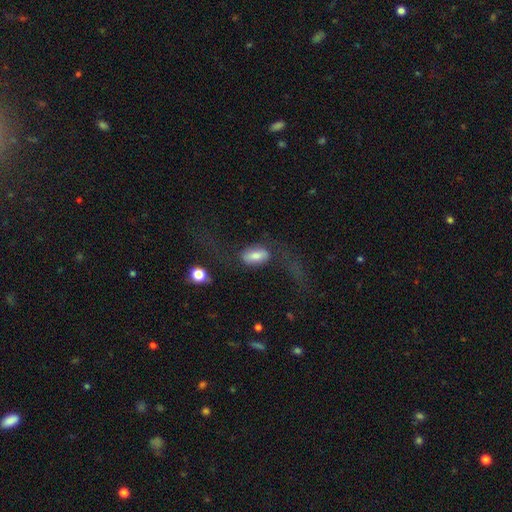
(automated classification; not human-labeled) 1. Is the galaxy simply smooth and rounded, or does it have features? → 59% smooth, 33% featured or disk, 8% star or artifact.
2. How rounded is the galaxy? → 88% in between, 6% round, 5% cigar-shaped.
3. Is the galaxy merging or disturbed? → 46% none, 32% major disturbance, 16% minor disturbance, 5% merger.